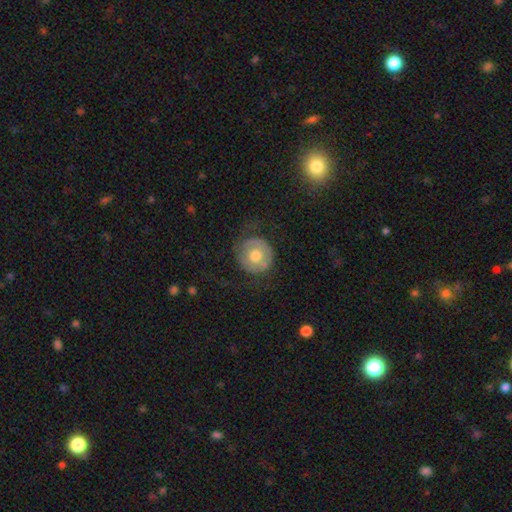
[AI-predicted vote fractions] smooth-or-featured: smooth: 53% | featured or disk: 40% | star or artifact: 7%
  how-rounded: round: 87% | in between: 12% | cigar-shaped: 1%
  merging: none: 64% | minor disturbance: 20% | major disturbance: 15% | merger: 2%